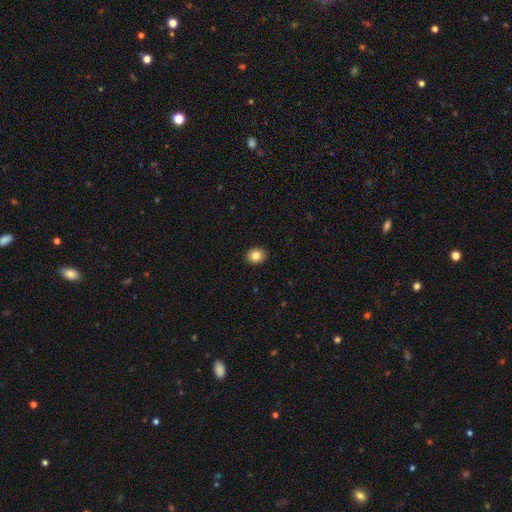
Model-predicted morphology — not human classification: Smooth or featured? smooth (83%)
How rounded? round (60%)
Merging? none (92%)